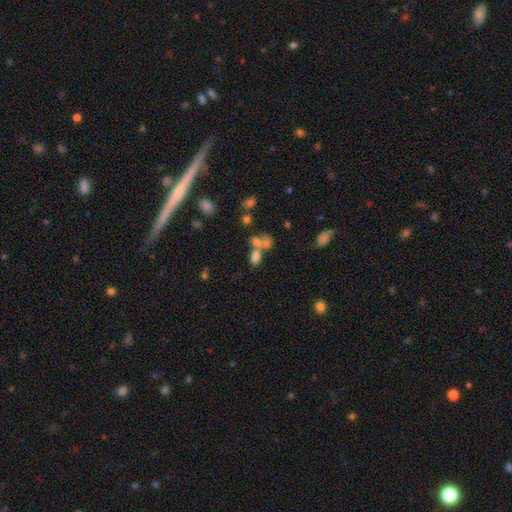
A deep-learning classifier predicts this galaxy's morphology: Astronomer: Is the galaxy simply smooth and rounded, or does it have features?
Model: smooth — 69%.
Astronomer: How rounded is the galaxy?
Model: in between — 80%.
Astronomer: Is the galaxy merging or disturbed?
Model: merger — 53% (runner-up: none, 31%).